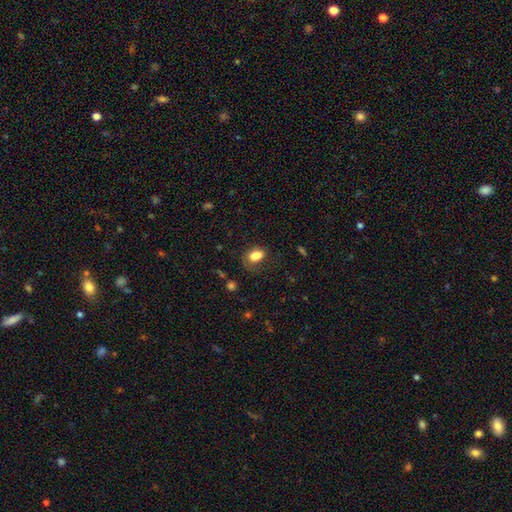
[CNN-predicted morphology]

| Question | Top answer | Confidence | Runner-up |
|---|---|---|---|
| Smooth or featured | smooth | 82% | star or artifact (9%) |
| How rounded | in between | 85% | round (13%) |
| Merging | none | 57% | minor disturbance (25%) |